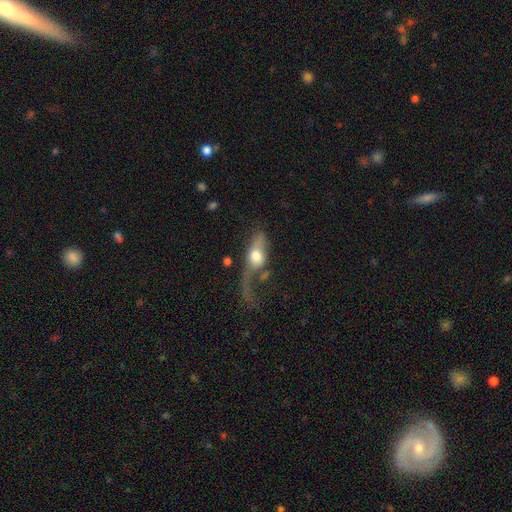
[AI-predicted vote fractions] Smooth or featured? Predicted: smooth (p=0.54). How rounded? Predicted: in between (p=0.71). Merging? Predicted: major disturbance (p=0.62).